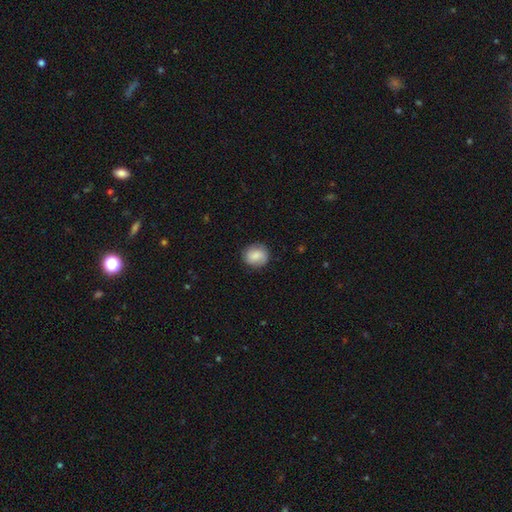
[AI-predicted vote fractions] Overall: smooth (80%). How rounded: round (80%). Merging: none (85%).